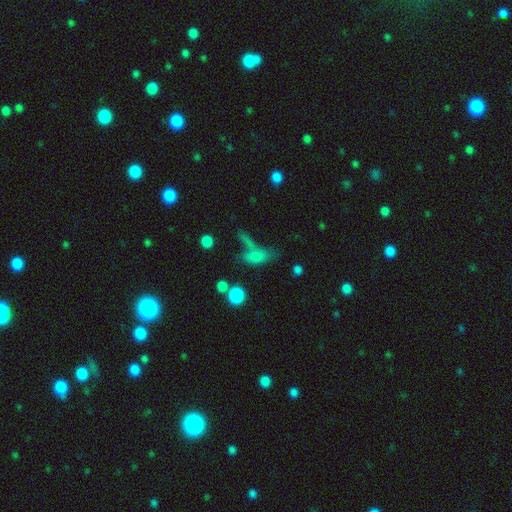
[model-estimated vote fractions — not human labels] Overall: smooth (69%). How rounded: in between (66%). Merging: none (36%; merger 29%).